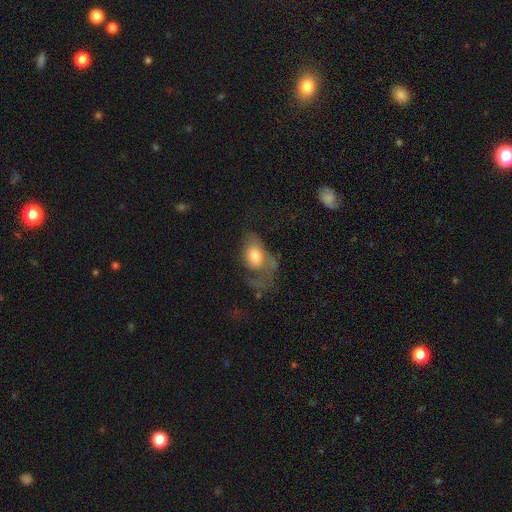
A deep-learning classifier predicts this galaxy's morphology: This appears to be a smooth galaxy with no disk features (58%) that is in between round and cigar-shaped (79%). Merging: major disturbance (59%).